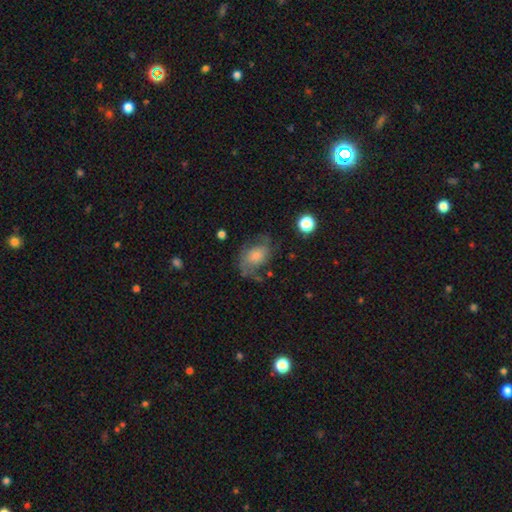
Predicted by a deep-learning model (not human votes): This is possibly a featured or disk galaxy (52%). It is clearly not viewed edge-on (96%). Bar: likely no (70%). Spiral arm pattern: clearly yes (82%). Central bulge: marginally moderate (40%). Merging: possibly none (59%).